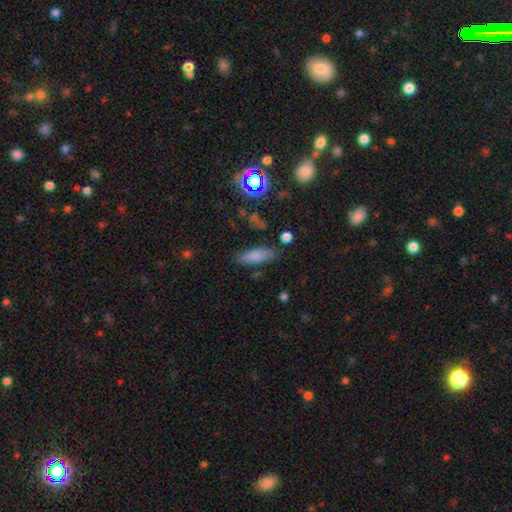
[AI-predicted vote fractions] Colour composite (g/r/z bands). It shows a smooth galaxy with no disk features (78%) that is in between round and cigar-shaped (61%). Merging: none (79%).